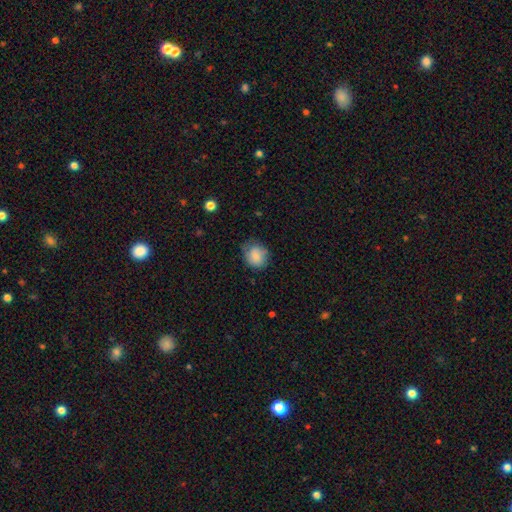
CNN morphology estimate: Smooth or featured? Predicted: smooth (p=0.84). How rounded? Predicted: round (p=0.69). Merging? Predicted: none (p=0.65).